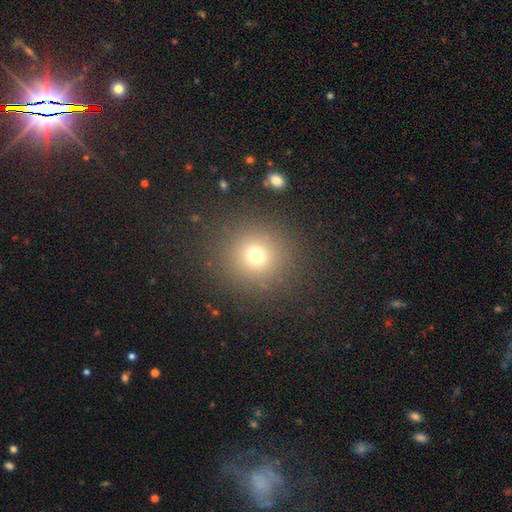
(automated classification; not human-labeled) Morphology: type=smooth (72%); roundness=round (93%); merging=none (88%).